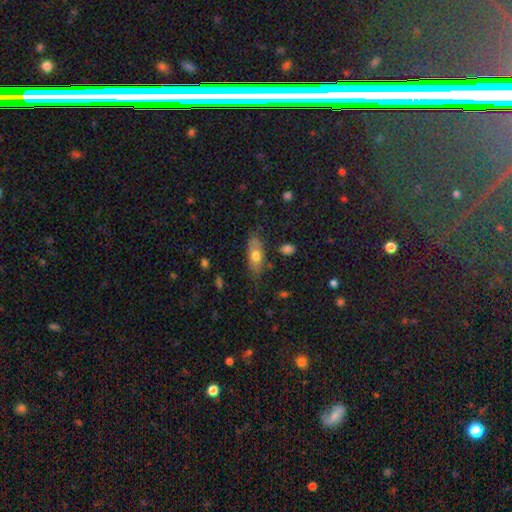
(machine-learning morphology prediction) smooth 67%, featured or disk 25%, star or artifact 8%. Down the decision tree: how rounded — in between (77%); merging — none (65%).